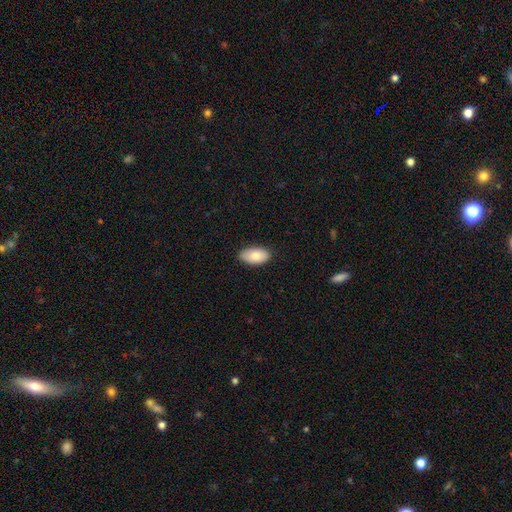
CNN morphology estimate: Smooth or featured? Predicted: smooth (p=0.85). How rounded? Predicted: in between (p=0.95). Merging? Predicted: none (p=0.84).